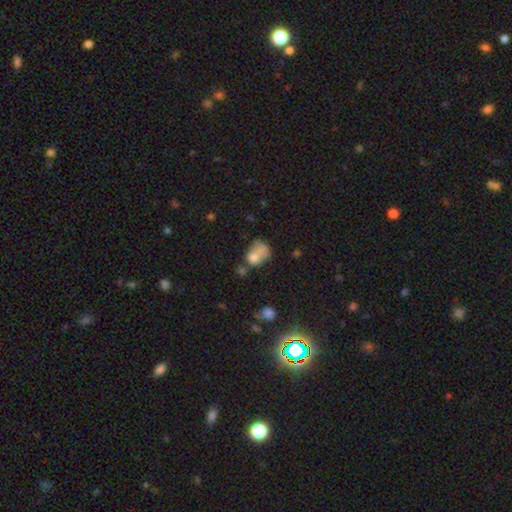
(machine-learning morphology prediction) The model was most divided on "merging": major disturbance: 29%, merger: 27%, none: 22%, minor disturbance: 21%. More confident: smooth or featured — smooth (68%); how rounded — in between (64%).